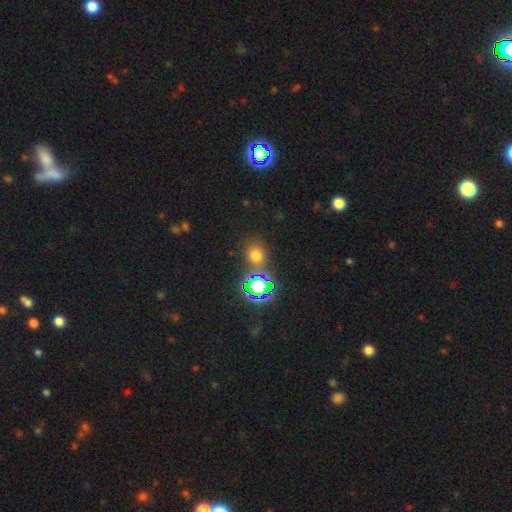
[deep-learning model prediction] A smooth galaxy with no disk features (59%) that is round (75%).

Vote fractions:
- Smooth or featured? smooth: 59% / star or artifact: 34% / featured or disk: 7%
- How rounded? round: 75% / in between: 23% / cigar-shaped: 1%
- Merging? none: 78% / minor disturbance: 9% / merger: 9% / major disturbance: 4%